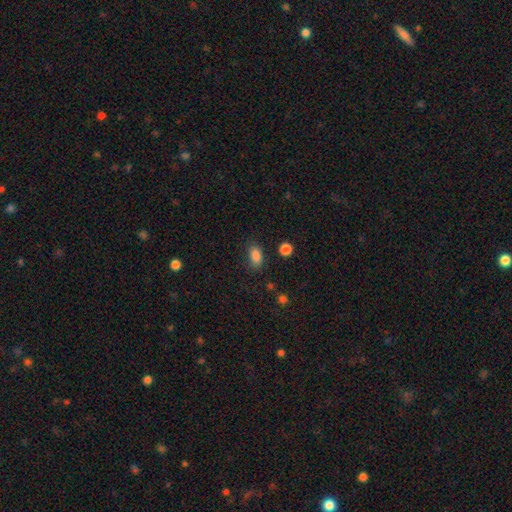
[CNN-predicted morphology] Overall: smooth (85%). How rounded: in between (87%). Merging: none (79%).